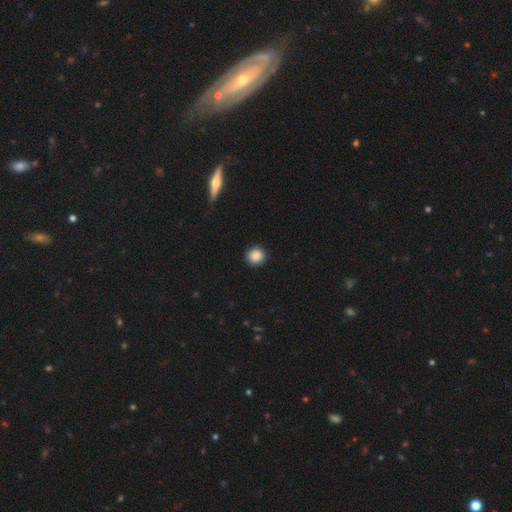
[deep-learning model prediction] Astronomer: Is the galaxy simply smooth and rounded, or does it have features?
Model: smooth — 88%.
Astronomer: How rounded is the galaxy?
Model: round — 94%.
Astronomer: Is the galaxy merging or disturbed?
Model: none — 92%.